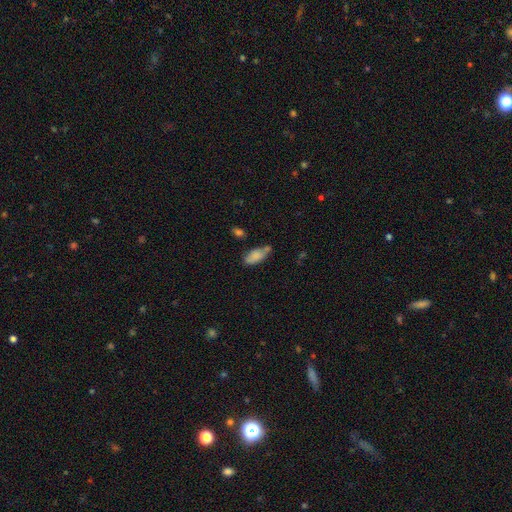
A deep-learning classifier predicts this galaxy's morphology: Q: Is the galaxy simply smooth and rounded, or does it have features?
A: smooth — 80%.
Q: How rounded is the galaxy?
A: in between — 84%.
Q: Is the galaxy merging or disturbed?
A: none — 50%.